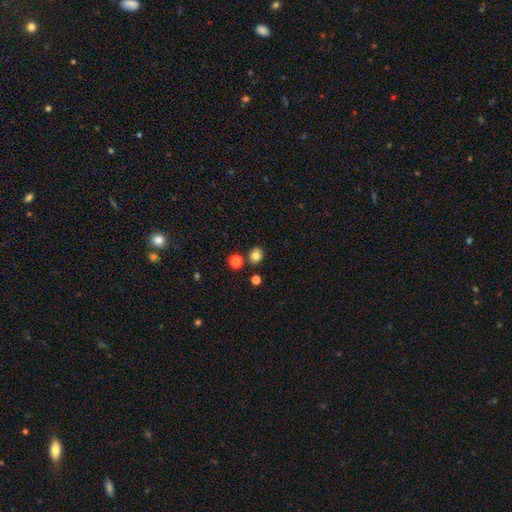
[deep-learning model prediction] A smooth galaxy with no disk features (80%) that is round (66%).

Vote fractions:
- Smooth or featured? smooth: 80% / star or artifact: 13% / featured or disk: 7%
- How rounded? round: 66% / in between: 33% / cigar-shaped: 1%
- Merging? none: 83% / minor disturbance: 8% / merger: 6% / major disturbance: 2%